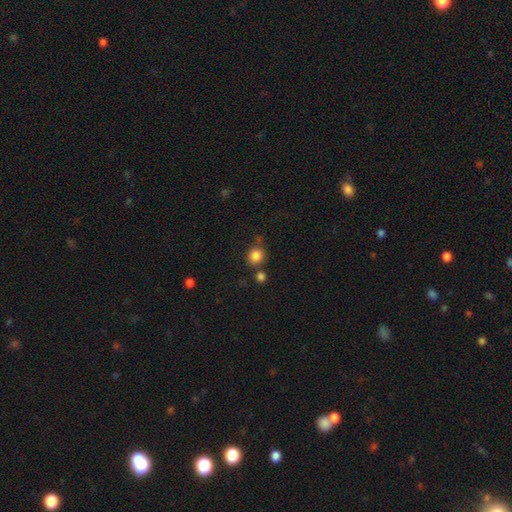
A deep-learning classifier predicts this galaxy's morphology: smooth 84%, star or artifact 11%, featured or disk 5%. Down the decision tree: how rounded — round (87%); merging — none (72%).